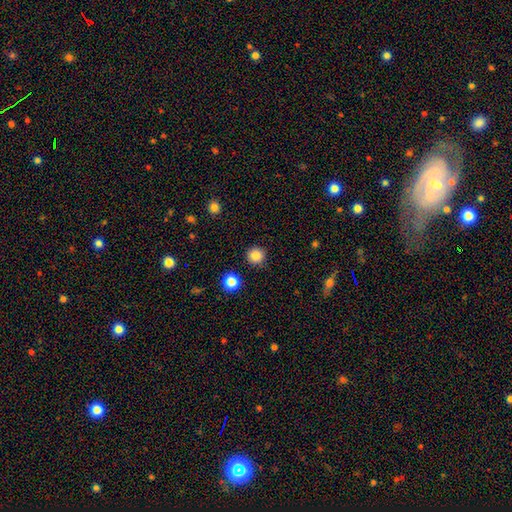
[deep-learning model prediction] The model was most divided on "smooth or featured": smooth: 85%, star or artifact: 12%, featured or disk: 4%. More confident: how rounded — round (95%); merging — none (91%).